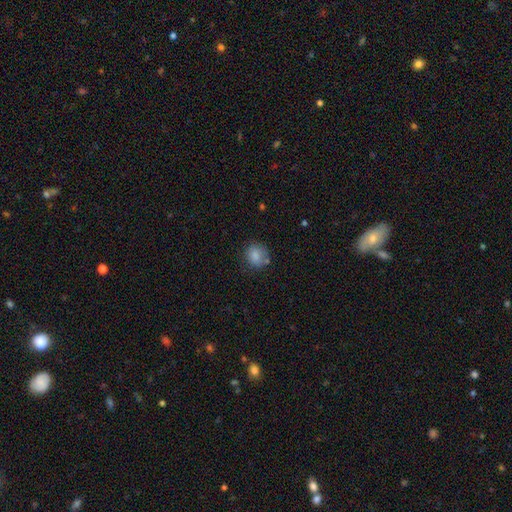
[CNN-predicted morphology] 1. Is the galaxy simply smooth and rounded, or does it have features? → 83% smooth, 9% star or artifact, 8% featured or disk.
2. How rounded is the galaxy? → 72% round, 27% in between, 1% cigar-shaped.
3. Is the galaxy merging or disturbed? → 70% none, 19% minor disturbance, 6% major disturbance, 5% merger.